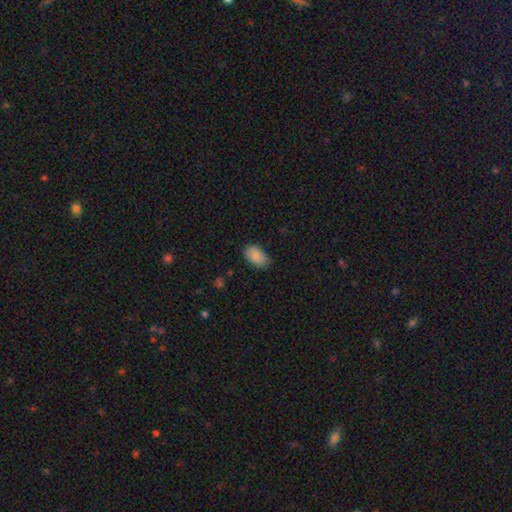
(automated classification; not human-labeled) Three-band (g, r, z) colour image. It shows a smooth galaxy with no disk features (87%) that is in between round and cigar-shaped (92%). Merging: none (77%).